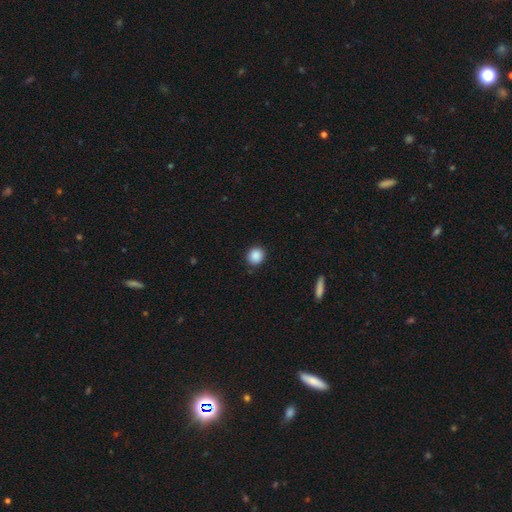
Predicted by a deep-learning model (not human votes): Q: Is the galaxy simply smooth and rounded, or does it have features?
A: smooth — 88%.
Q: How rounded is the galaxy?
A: round — 88%.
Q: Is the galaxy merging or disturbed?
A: none — 90%.